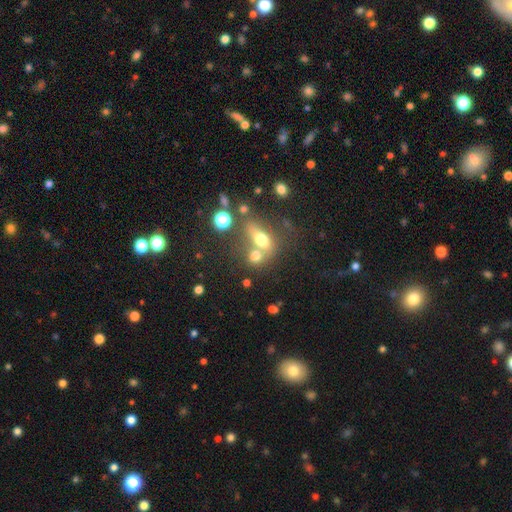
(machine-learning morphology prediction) smooth-or-featured: smooth: 63% | featured or disk: 20% | star or artifact: 17%
  how-rounded: in between: 51% | round: 39% | cigar-shaped: 11%
  merging: merger: 45% | none: 37% | minor disturbance: 10% | major disturbance: 7%